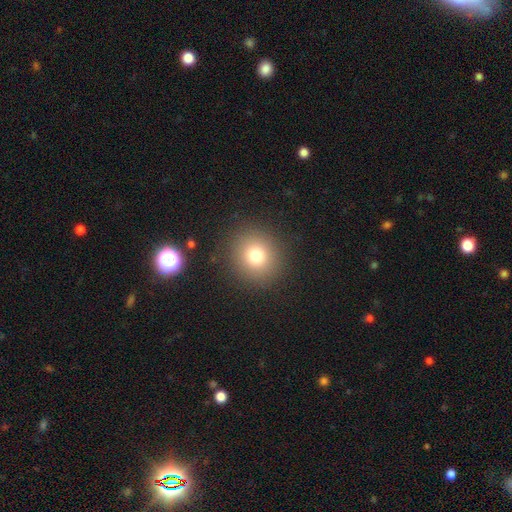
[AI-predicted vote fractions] A smooth galaxy with no disk features (77%) that is round (86%). Merging: none (89%).